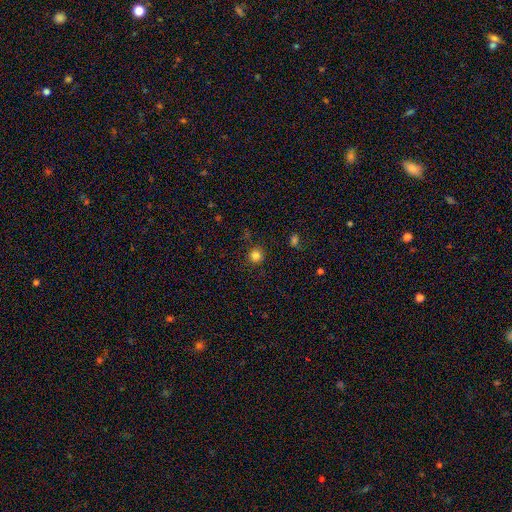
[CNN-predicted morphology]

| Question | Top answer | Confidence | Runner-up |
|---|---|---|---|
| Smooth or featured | smooth | 82% | star or artifact (14%) |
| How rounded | round | 92% | in between (7%) |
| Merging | none | 87% | minor disturbance (8%) |